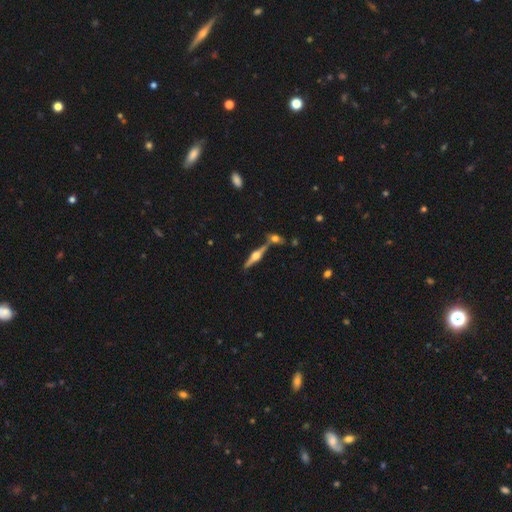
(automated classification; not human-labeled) Overall: featured or disk (81%). Edge-on disk: yes (98%). Edge-on bulge: rounded (94%). Merging: none (72%).